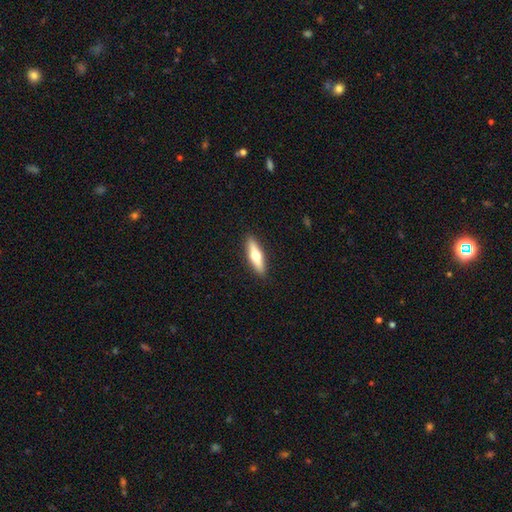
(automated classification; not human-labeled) Smooth or featured?
  - featured or disk: 48% *
  - smooth: 47%
  - star or artifact: 5%
Merging?
  - none: 91% *
  - minor disturbance: 6%
  - major disturbance: 2%
  - merger: 1%